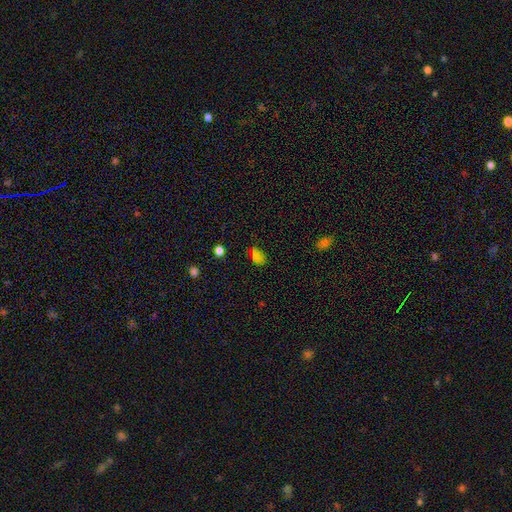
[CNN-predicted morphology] Overall: smooth (72%). How rounded: in between (83%). Merging: none (68%).